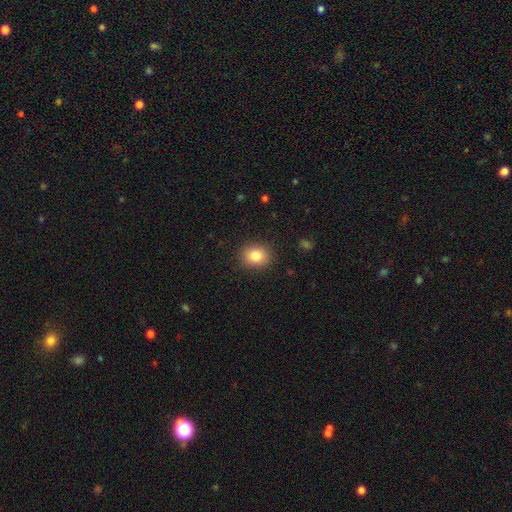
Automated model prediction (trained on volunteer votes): Q: Smooth or featured?
A: smooth (83%); runner-up: star or artifact (10%)
Q: How rounded?
A: round (64%); runner-up: in between (35%)
Q: Merging?
A: none (89%); runner-up: minor disturbance (8%)